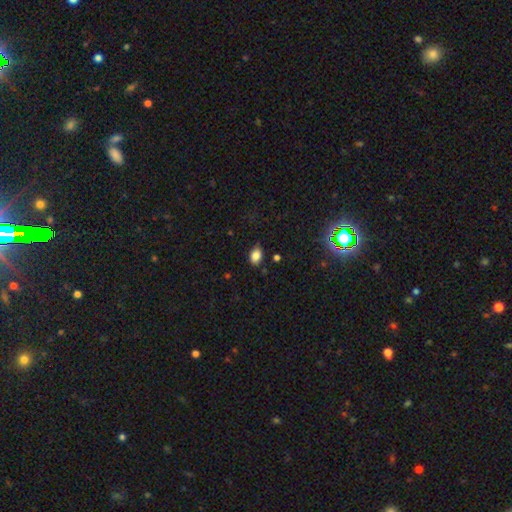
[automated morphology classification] Q: Smooth or featured?
A: smooth (84%); runner-up: star or artifact (11%)
Q: How rounded?
A: in between (77%); runner-up: round (22%)
Q: Merging?
A: none (80%); runner-up: minor disturbance (15%)